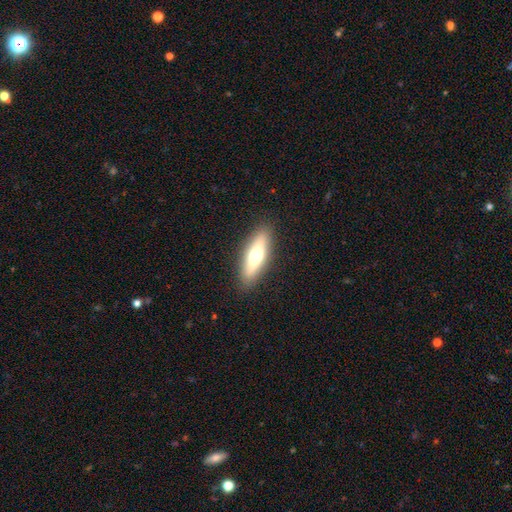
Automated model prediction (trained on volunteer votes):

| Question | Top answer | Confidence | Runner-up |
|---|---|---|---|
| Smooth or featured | smooth | 55% | featured or disk (38%) |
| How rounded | cigar-shaped | 52% | in between (45%) |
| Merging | none | 89% | minor disturbance (8%) |